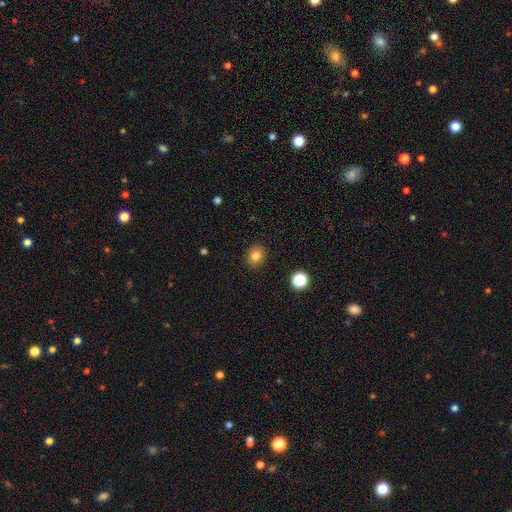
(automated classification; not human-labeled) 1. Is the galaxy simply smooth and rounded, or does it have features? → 81% smooth, 12% star or artifact, 7% featured or disk.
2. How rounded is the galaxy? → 67% round, 33% in between, 1% cigar-shaped.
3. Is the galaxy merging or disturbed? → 89% none, 8% minor disturbance, 2% major disturbance, 1% merger.